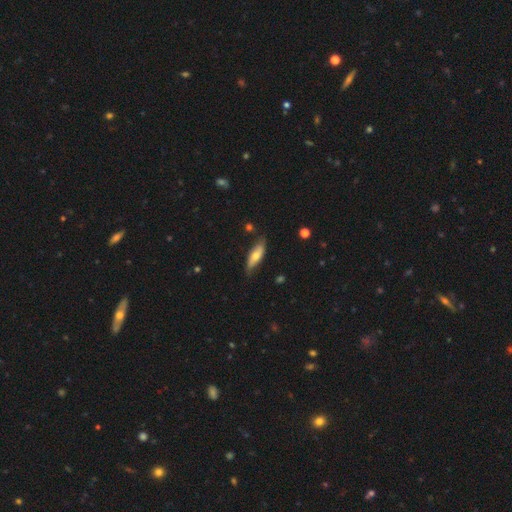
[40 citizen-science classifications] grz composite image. It shows a smooth galaxy with no disk features (60%) that is in between round and cigar-shaped (46%, tied with cigar-shaped). Merging: none (70%).